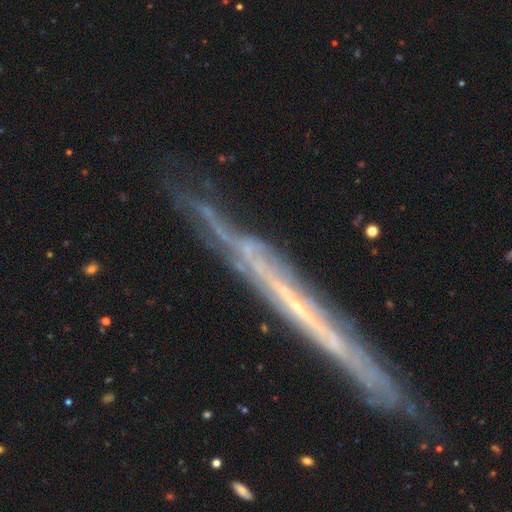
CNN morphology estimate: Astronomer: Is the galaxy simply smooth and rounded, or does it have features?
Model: featured or disk — 79%.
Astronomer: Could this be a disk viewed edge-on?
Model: yes — 86%.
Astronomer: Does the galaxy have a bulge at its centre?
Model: none — 82%.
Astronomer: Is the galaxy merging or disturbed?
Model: none — 70%.